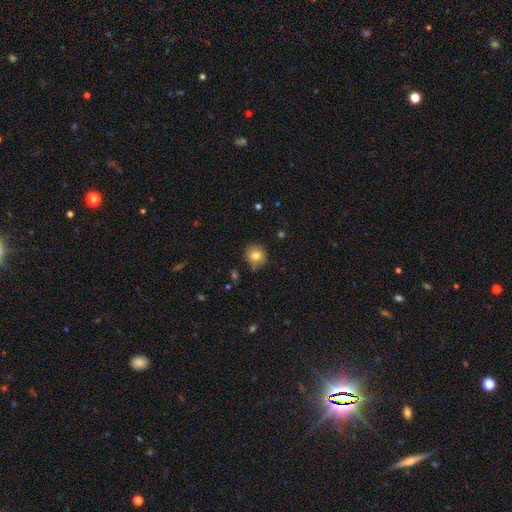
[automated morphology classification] Smooth or featured? smooth (80%)
How rounded? round (87%)
Merging? none (79%)